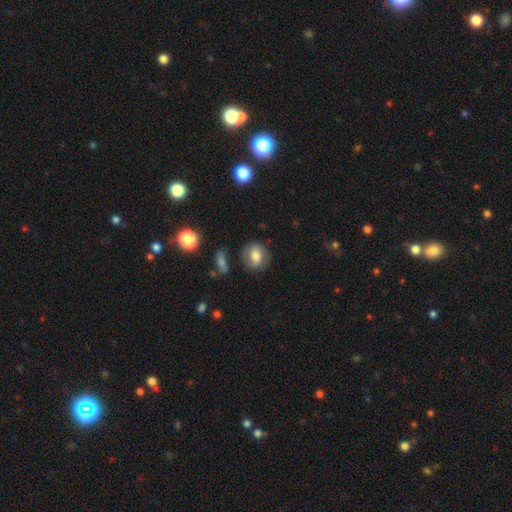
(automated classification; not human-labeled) Overall: smooth (61%; featured or disk 30%). How rounded: round (69%; in between 30%). Merging: none (75%).